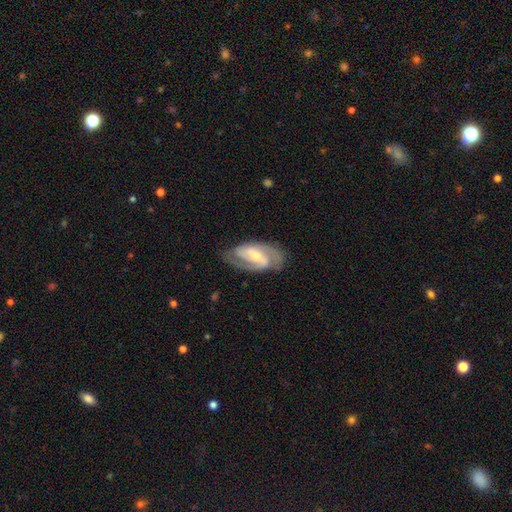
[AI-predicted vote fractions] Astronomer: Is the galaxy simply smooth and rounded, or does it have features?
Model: featured or disk — 86%.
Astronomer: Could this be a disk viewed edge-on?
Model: no — 96%.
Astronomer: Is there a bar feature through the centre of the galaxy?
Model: weak — 42% (runner-up: strong, 33%).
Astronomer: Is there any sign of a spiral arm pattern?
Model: yes — 95%.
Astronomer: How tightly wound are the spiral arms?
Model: medium — 50% (runner-up: tight, 35%).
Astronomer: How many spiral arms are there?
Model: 2 — 77%.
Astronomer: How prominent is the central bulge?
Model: small — 52% (runner-up: moderate, 43%).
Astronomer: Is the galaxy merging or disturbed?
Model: none — 74%.